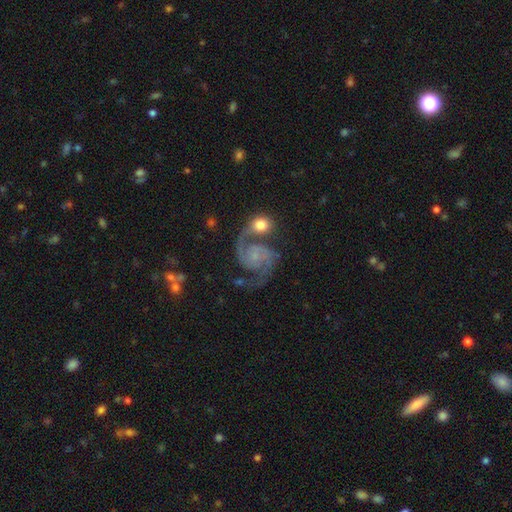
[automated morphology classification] A featured or disk galaxy (90%) with no bar (70%), 2 (93%) medium (59%) spiral arms (98%) and a small central bulge (56%). Merging: none (57%).